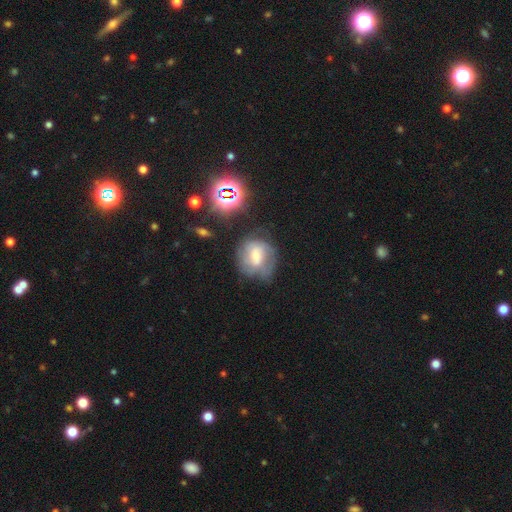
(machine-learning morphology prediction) A featured or disk galaxy (44%).

Vote fractions:
- Smooth or featured? featured or disk: 44% / smooth: 43% / star or artifact: 13%
- Merging? none: 45% / minor disturbance: 28% / major disturbance: 21% / merger: 6%